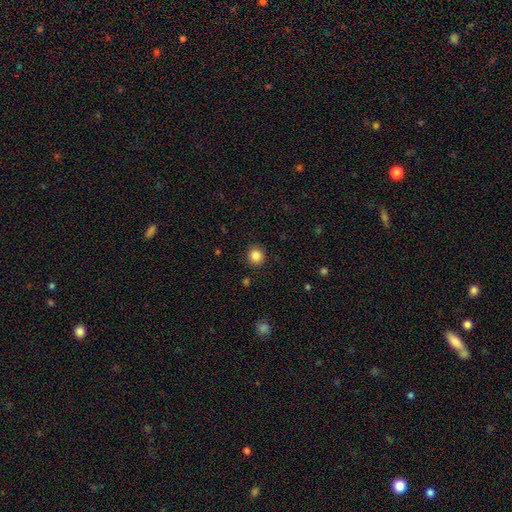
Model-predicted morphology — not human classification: This is clearly a smooth galaxy (86%). How rounded: clearly round (92%). Merging: clearly none (91%).